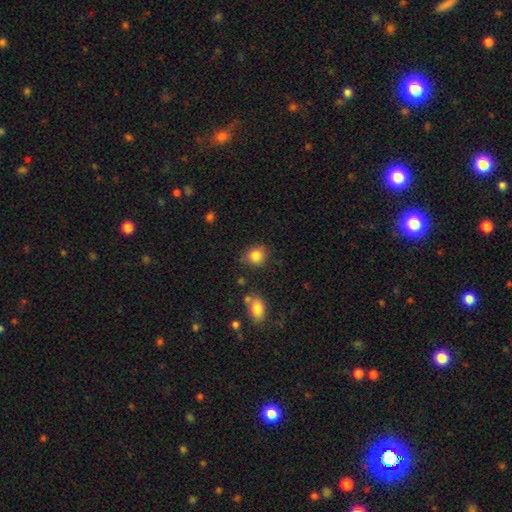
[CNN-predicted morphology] smooth_or_featured: smooth (p=0.84) [alt: star or artifact p=0.10]
how_rounded: round (p=0.81) [alt: in between p=0.18]
merging: none (p=0.74) [alt: minor disturbance p=0.18]